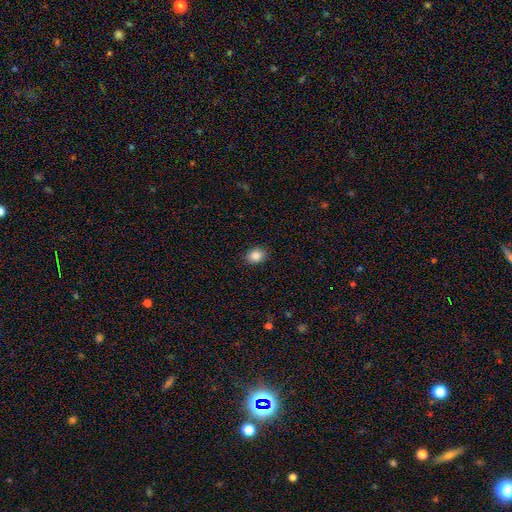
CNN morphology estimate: Smooth or featured: smooth — 87% (star or artifact — 9%)
How rounded: in between — 54% (round — 45%)
Merging: none — 88% (minor disturbance — 8%)